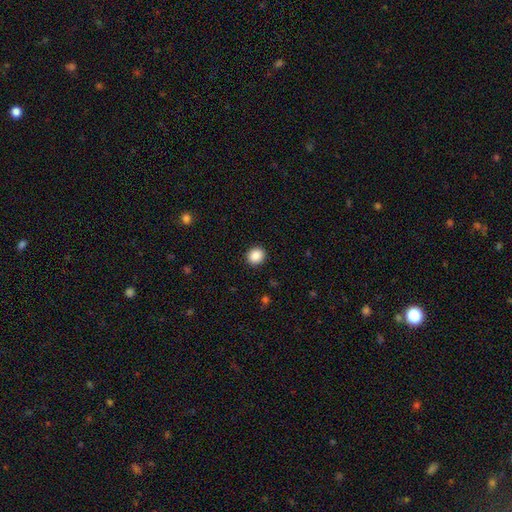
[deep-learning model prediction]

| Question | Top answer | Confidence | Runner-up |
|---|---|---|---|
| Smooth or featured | smooth | 88% | star or artifact (9%) |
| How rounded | round | 83% | in between (16%) |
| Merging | none | 92% | minor disturbance (5%) |